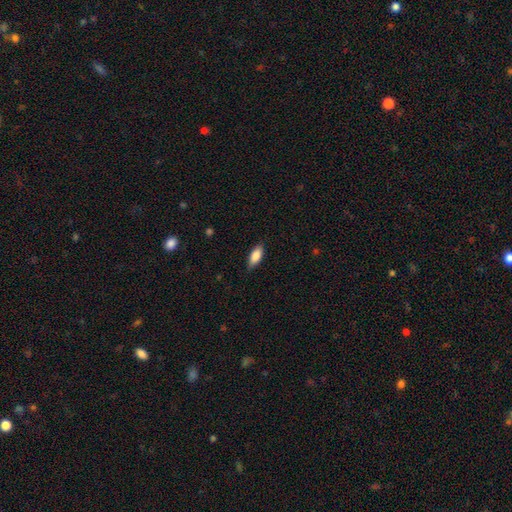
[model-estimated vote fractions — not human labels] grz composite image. It shows a smooth galaxy with no disk features (84%) that is in between round and cigar-shaped (80%). Merging: none (83%).